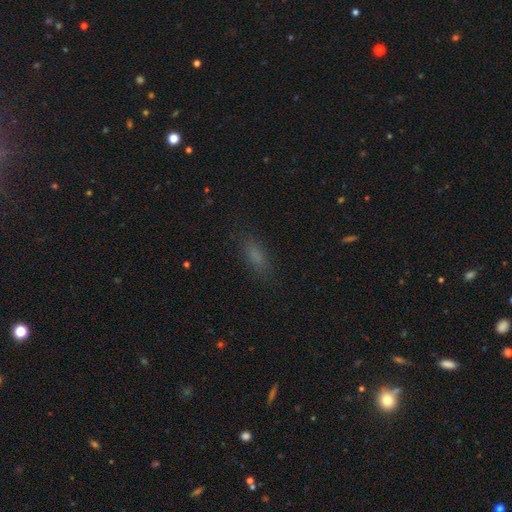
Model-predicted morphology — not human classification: This appears to be a smooth galaxy with no disk features (74%) that is in between round and cigar-shaped (65%). Merging: none (82%).